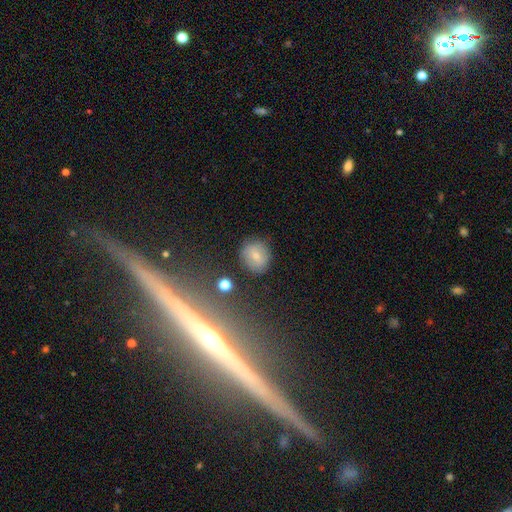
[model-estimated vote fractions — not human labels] This appears to be a smooth galaxy with no disk features (74%) that is round (74%). Merging: none (81%).